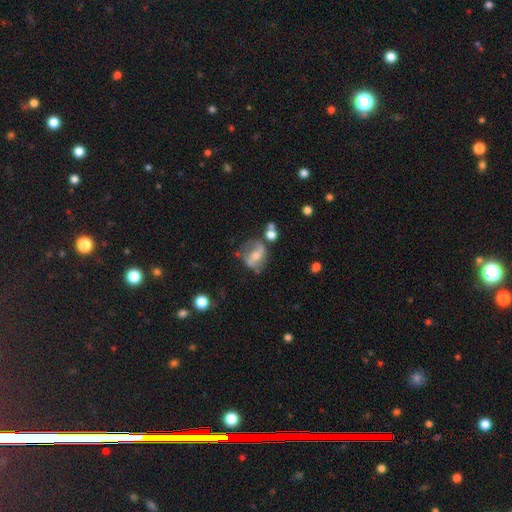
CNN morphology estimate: Smooth or featured: featured or disk — 67% (smooth — 24%)
Edge-on disk: no — 94% (yes — 6%)
Bar: strong — 44% (weak — 33%)
Spiral arms: yes — 75% (no — 25%)
Bulge size: moderate — 55% (small — 38%)
Merging: none — 57% (minor disturbance — 21%)